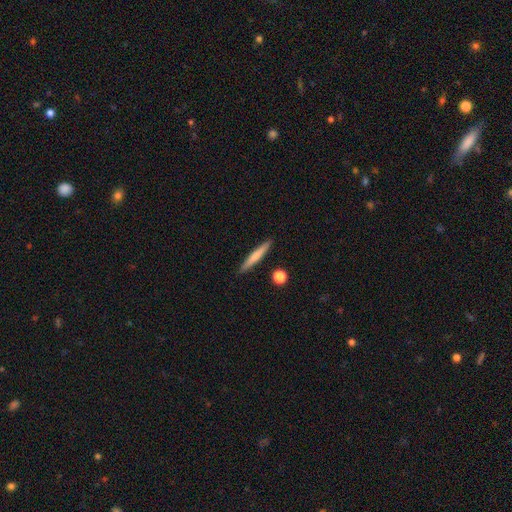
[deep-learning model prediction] Overall: smooth (65%; featured or disk 29%). How rounded: cigar-shaped (95%). Merging: none (90%).